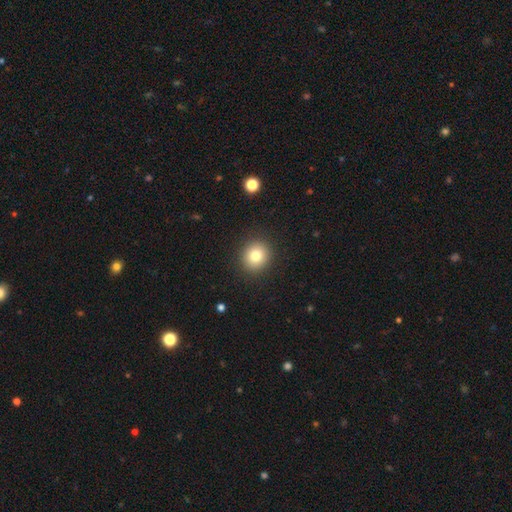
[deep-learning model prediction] This is clearly a smooth galaxy (80%). How rounded: clearly round (83%). Merging: clearly none (90%).